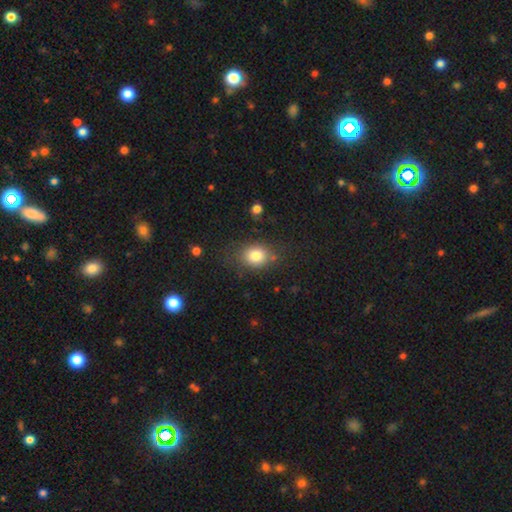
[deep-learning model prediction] smooth 81%, star or artifact 10%, featured or disk 9%. Down the decision tree: how rounded — round (50%); merging — none (73%).